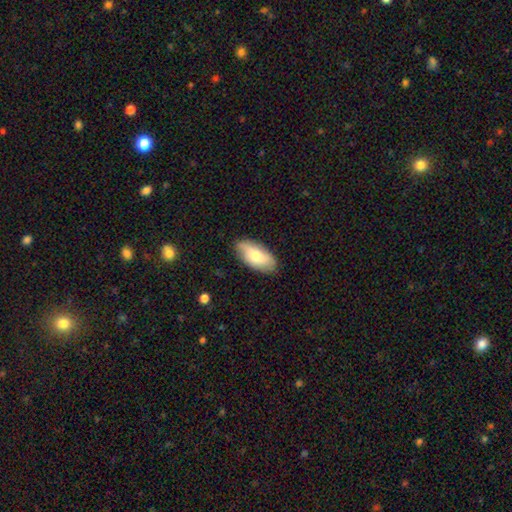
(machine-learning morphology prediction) Overall: smooth (72%). How rounded: in between (92%). Merging: none (81%).